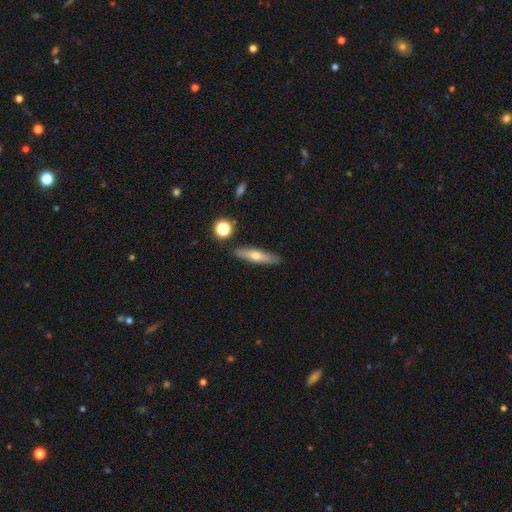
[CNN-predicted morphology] This is possibly a smooth galaxy (53%). How rounded: likely cigar-shaped (79%). Merging: clearly none (87%).